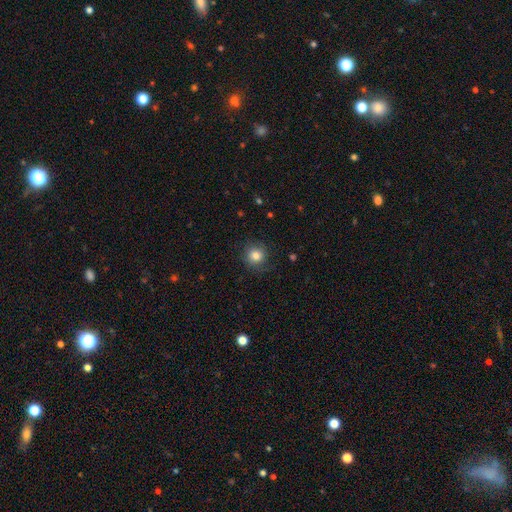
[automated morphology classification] type=smooth (79%); roundness=round (91%); merging=none (80%).